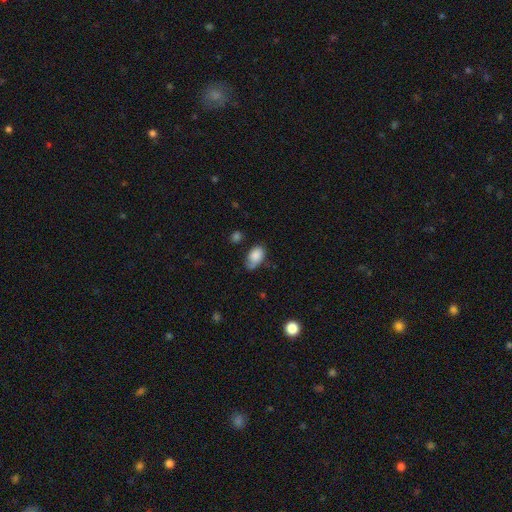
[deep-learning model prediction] A smooth galaxy with no disk features (79%) that is in between round and cigar-shaped (89%).

Vote fractions:
- Smooth or featured? smooth: 79% / featured or disk: 13% / star or artifact: 8%
- How rounded? in between: 89% / round: 9% / cigar-shaped: 2%
- Merging? none: 47% / minor disturbance: 36% / major disturbance: 13% / merger: 4%